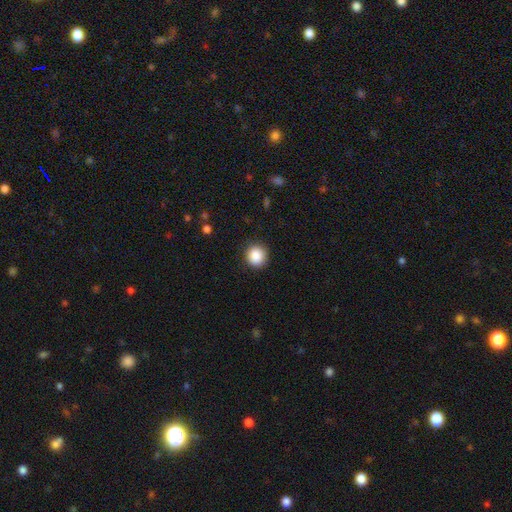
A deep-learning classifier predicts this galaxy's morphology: The model was most divided on "smooth or featured": smooth: 88%, star or artifact: 9%, featured or disk: 3%. More confident: how rounded — round (92%); merging — none (90%).